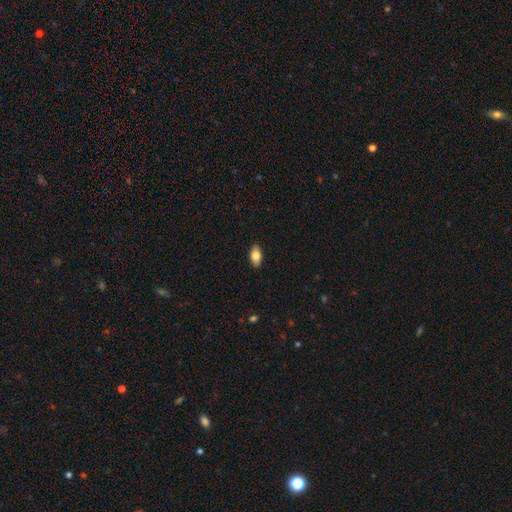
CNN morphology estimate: Smooth or featured? Predicted: smooth (p=0.78). How rounded? Predicted: in between (p=0.91). Merging? Predicted: none (p=0.90).